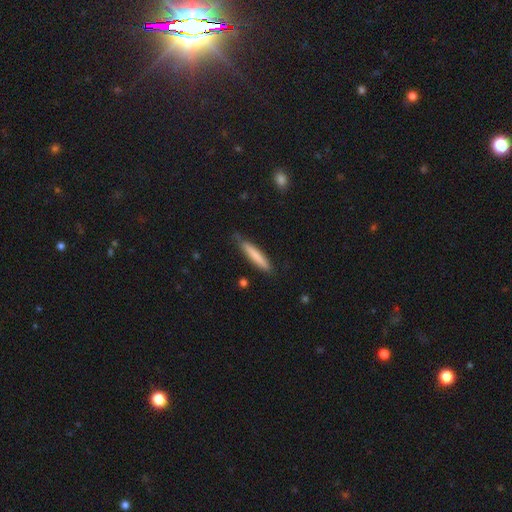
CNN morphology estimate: Smooth or featured? Predicted: smooth (p=0.78). How rounded? Predicted: cigar-shaped (p=0.92). Merging? Predicted: none (p=0.77).